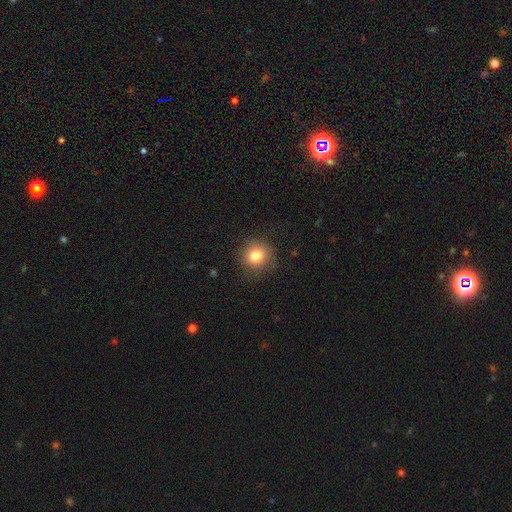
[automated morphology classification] Q: Smooth or featured?
A: smooth (82%); runner-up: star or artifact (11%)
Q: How rounded?
A: round (87%); runner-up: in between (12%)
Q: Merging?
A: none (85%); runner-up: minor disturbance (11%)